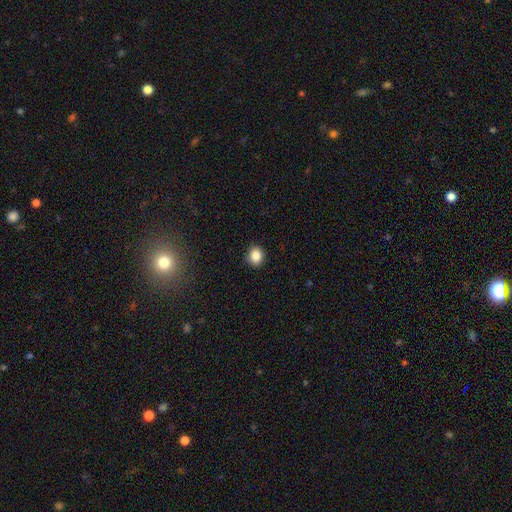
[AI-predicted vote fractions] Smooth or featured? Predicted: smooth (p=0.86). How rounded? Predicted: round (p=0.68). Merging? Predicted: none (p=0.87).